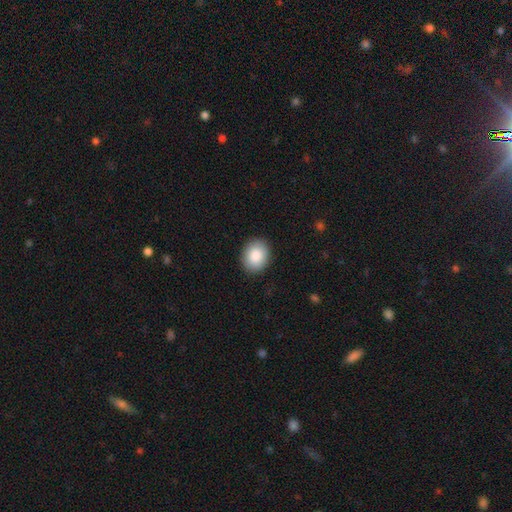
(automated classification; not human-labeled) The model was most divided on "how rounded": in between: 52%, round: 47%, cigar-shaped: 1%. More confident: merging — none (90%); smooth or featured — smooth (88%).